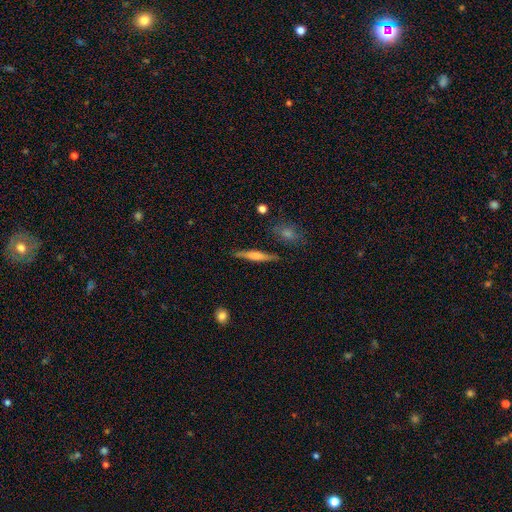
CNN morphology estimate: The model was most divided on "smooth or featured": featured or disk: 47%, smooth: 46%, star or artifact: 6%. More confident: merging — none (85%).